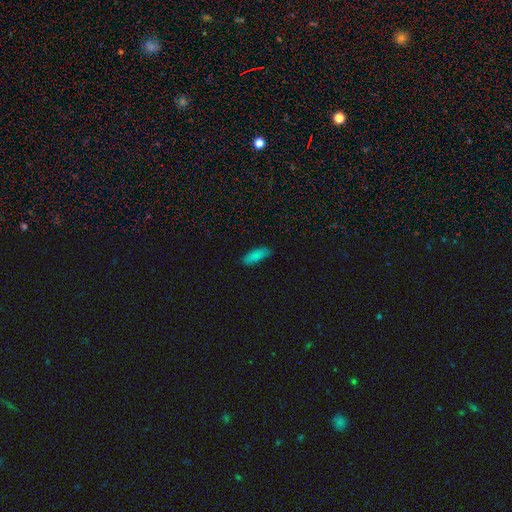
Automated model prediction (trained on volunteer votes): Smooth or featured? smooth (85%)
How rounded? in between (65%)
Merging? none (84%)